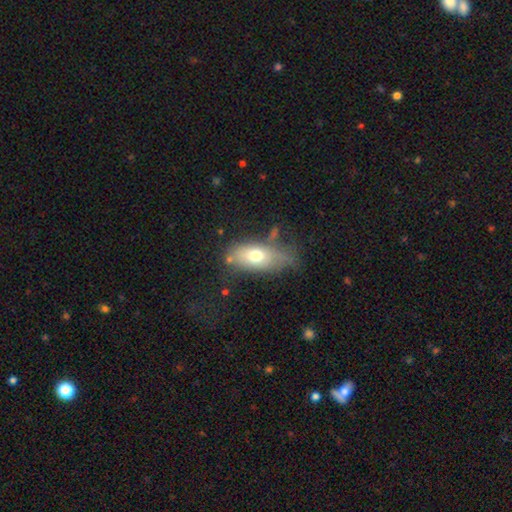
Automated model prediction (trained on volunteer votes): Q: Smooth or featured?
A: smooth (68%); runner-up: featured or disk (23%)
Q: How rounded?
A: in between (85%); runner-up: cigar-shaped (9%)
Q: Merging?
A: none (50%); runner-up: minor disturbance (28%)